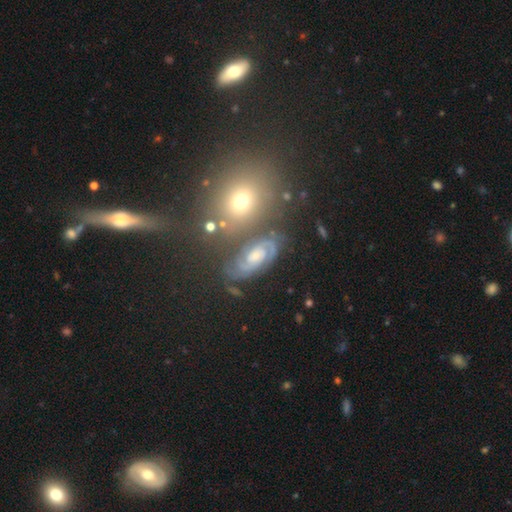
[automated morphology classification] The model was most divided on "bulge size": moderate: 47%, small: 40%, large: 7%, none: 5%, dominant: 2%. More confident: edge-on disk — no (96%); spiral arms — yes (96%); smooth or featured — featured or disk (80%); spiral arm count — 2 (75%); merging — none (69%); spiral winding — tight (56%); bar — no (53%).